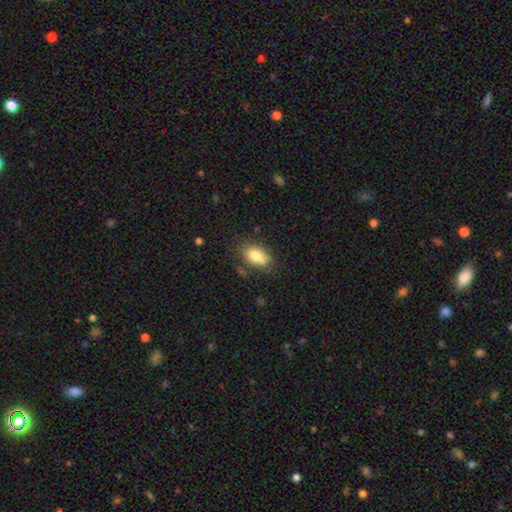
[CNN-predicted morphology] Smooth or featured: smooth — 76% (featured or disk — 15%)
How rounded: in between — 81% (round — 17%)
Merging: none — 60% (minor disturbance — 21%)